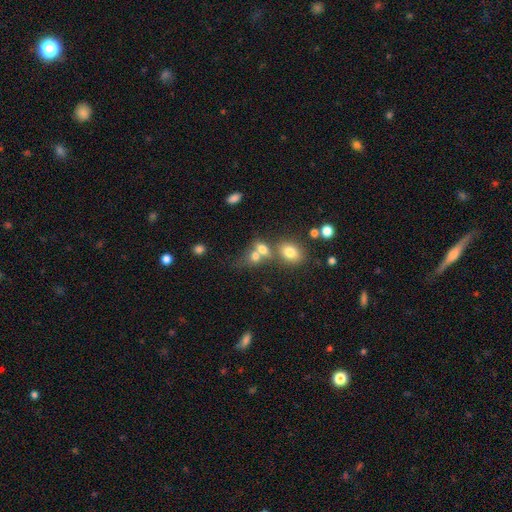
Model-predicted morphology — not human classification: Q: Smooth or featured?
A: smooth (71%); runner-up: featured or disk (15%)
Q: How rounded?
A: in between (51%); runner-up: round (46%)
Q: Merging?
A: merger (56%); runner-up: none (29%)